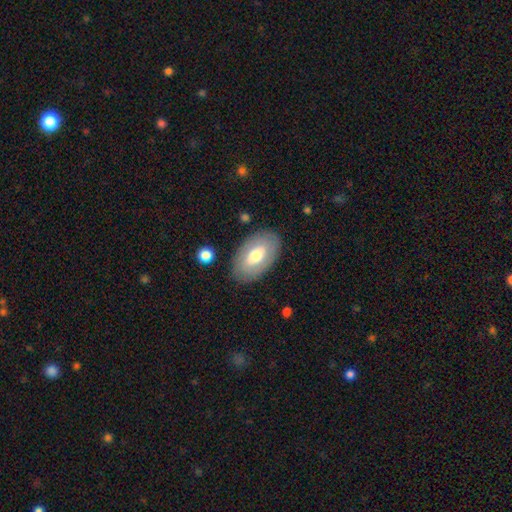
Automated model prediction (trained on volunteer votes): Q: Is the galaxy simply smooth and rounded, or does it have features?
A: smooth — 59%.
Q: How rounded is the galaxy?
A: in between — 93%.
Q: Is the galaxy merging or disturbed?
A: none — 84%.